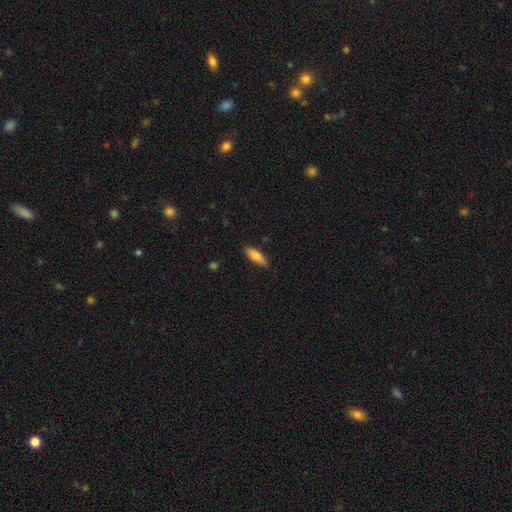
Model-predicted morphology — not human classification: Q: Smooth or featured?
A: smooth (80%); runner-up: featured or disk (14%)
Q: How rounded?
A: in between (54%); runner-up: cigar-shaped (44%)
Q: Merging?
A: none (87%); runner-up: minor disturbance (10%)